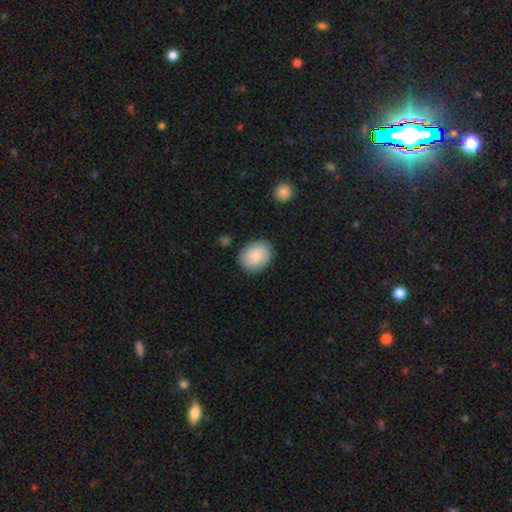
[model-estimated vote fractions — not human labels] Smooth or featured? smooth (77%)
How rounded? in between (51%)
Merging? none (85%)